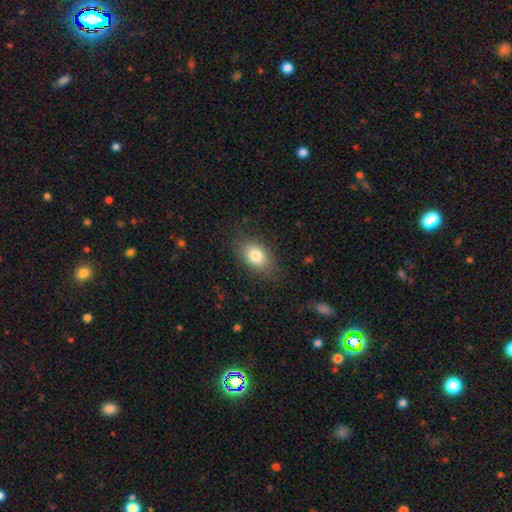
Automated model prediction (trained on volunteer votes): A smooth galaxy with no disk features (81%) that is in between round and cigar-shaped (85%).

Vote fractions:
- Smooth or featured? smooth: 81% / featured or disk: 10% / star or artifact: 8%
- How rounded? in between: 85% / round: 13% / cigar-shaped: 2%
- Merging? none: 82% / minor disturbance: 13% / major disturbance: 4% / merger: 1%